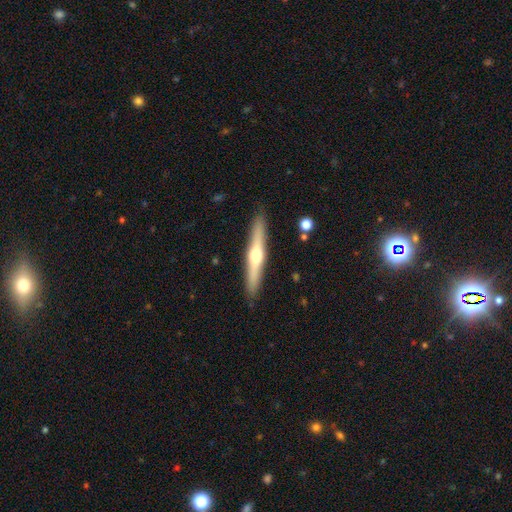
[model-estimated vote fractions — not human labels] A featured or disk galaxy (60%) viewed edge-on (96%) with a rounded central bulge (90%).

Vote fractions:
- Smooth or featured? featured or disk: 60% / smooth: 35% / star or artifact: 5%
- Edge-on disk? yes: 96% / no: 4%
- Edge-on bulge? rounded: 90% / none: 7% / boxy: 3%
- Merging? none: 90% / minor disturbance: 7% / major disturbance: 2% / merger: 1%